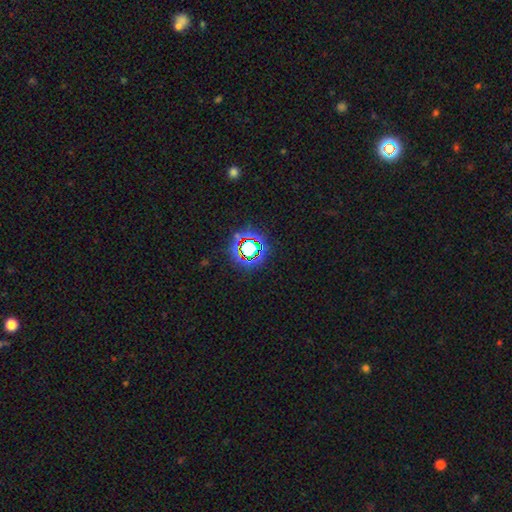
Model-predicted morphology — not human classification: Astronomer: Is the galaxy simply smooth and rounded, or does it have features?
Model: star or artifact — 70%.